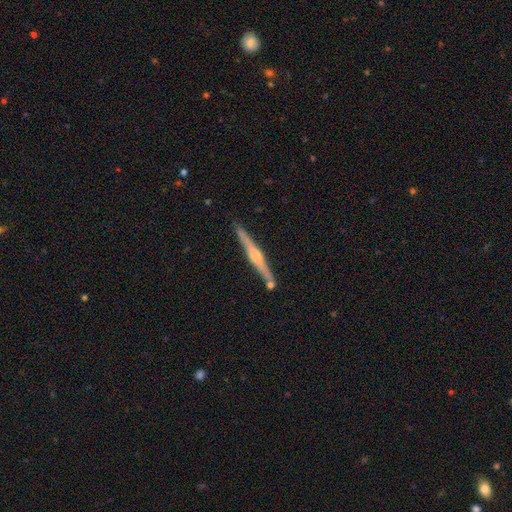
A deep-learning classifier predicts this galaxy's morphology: Smooth or featured? featured or disk (77%)
Edge-on disk? yes (98%)
Edge-on bulge? rounded (83%)
Merging? none (86%)